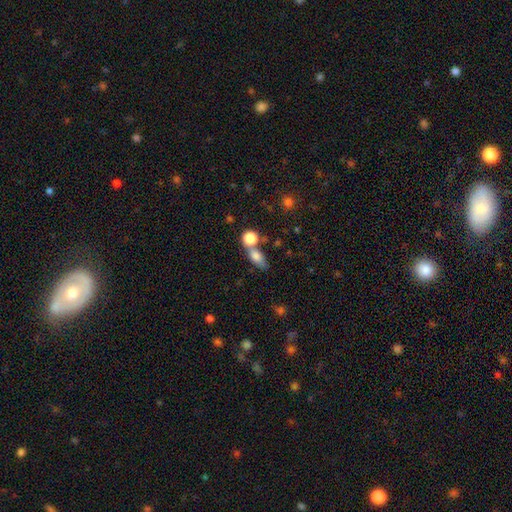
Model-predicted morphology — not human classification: Smooth or featured?
  - smooth: 77% *
  - featured or disk: 12%
  - star or artifact: 11%
How rounded?
  - in between: 68% *
  - round: 21%
  - cigar-shaped: 11%
Merging?
  - none: 47% *
  - merger: 35%
  - minor disturbance: 12%
  - major disturbance: 6%